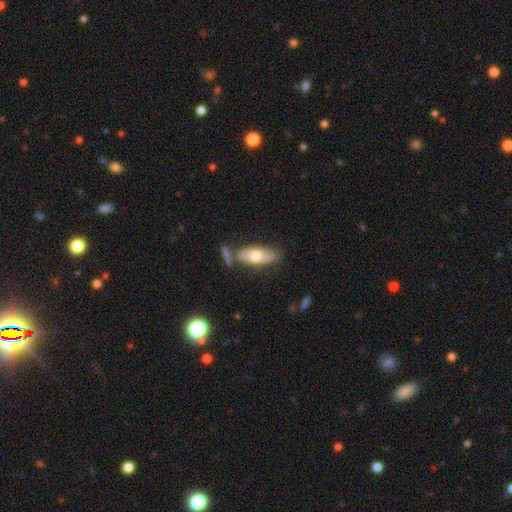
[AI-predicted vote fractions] Overall: smooth (61%; featured or disk 33%). How rounded: in between (77%). Merging: none (65%).